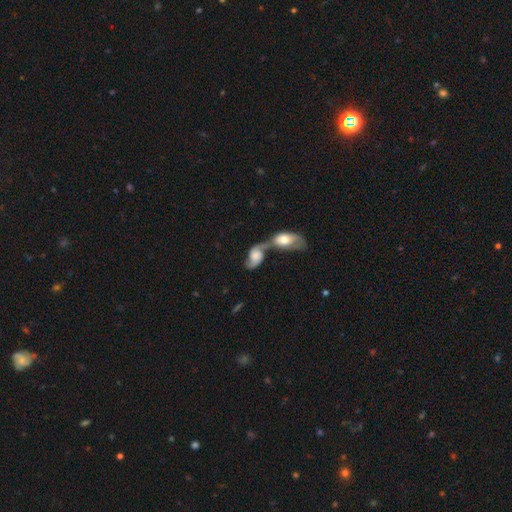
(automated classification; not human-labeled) smooth-or-featured: featured or disk: 72% | smooth: 22% | star or artifact: 6%
  disk-edge-on: no: 95% | yes: 5%
    bar: no: 62% | weak: 31% | strong: 7%
    has-spiral-arms: yes: 91% | no: 9%
      spiral-winding: loose: 49% | medium: 38% | tight: 13%
      spiral-arm-count: 2: 87% | can't tell: 5% | 1: 5% | 3: 1% | 4: 1% | more than 4: 1%
    bulge-size: moderate: 34% | large: 28% | small: 18% | none: 16% | dominant: 4%
  merging: merger: 71% | none: 15% | minor disturbance: 7% | major disturbance: 7%